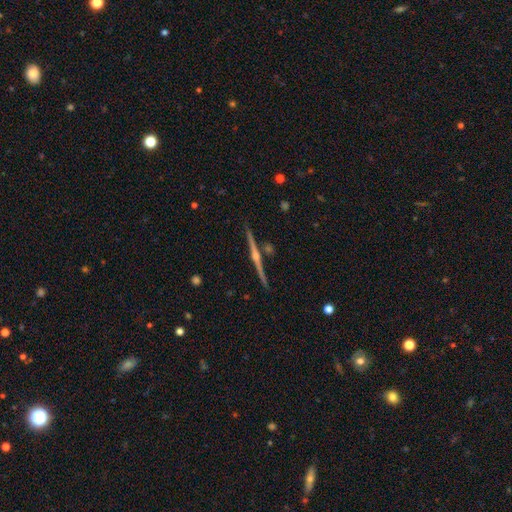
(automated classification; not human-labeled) This is clearly a featured or disk galaxy (87%). It is clearly viewed edge-on (99%). Edge-on bulge: clearly rounded (90%). Merging: clearly none (89%).